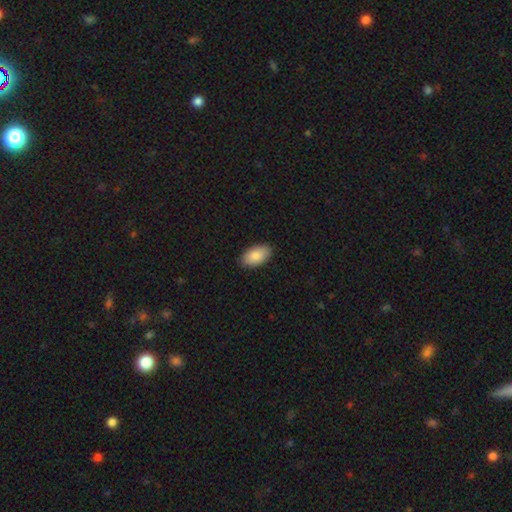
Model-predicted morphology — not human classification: smooth-or-featured: smooth: 87% | featured or disk: 7% | star or artifact: 6%
  how-rounded: in between: 95% | round: 3% | cigar-shaped: 2%
  merging: none: 88% | minor disturbance: 9% | major disturbance: 2% | merger: 1%